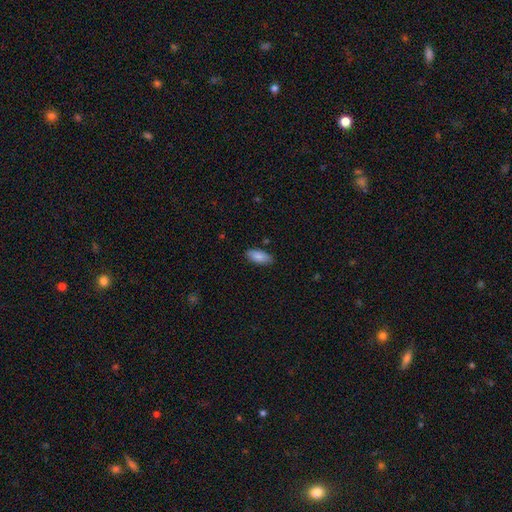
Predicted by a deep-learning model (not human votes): Morphology: type=smooth (87%); roundness=in between (86%); merging=none (84%).